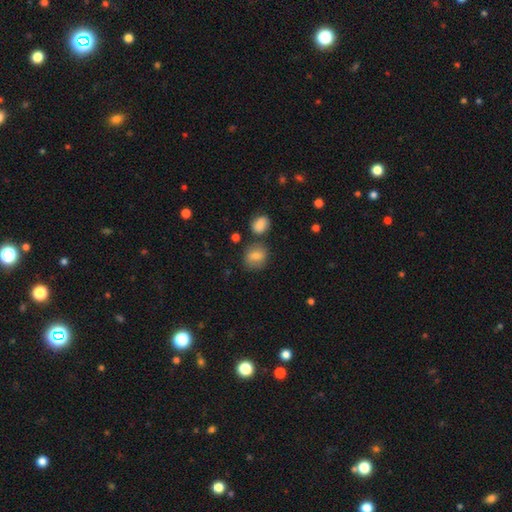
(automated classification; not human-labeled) Overall: smooth (76%). How rounded: round (67%; in between 31%). Merging: none (73%).